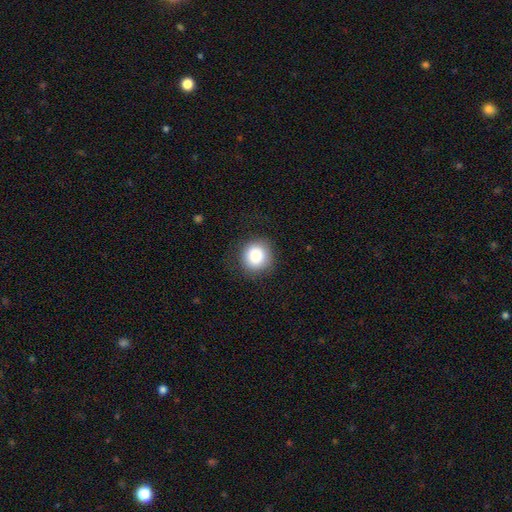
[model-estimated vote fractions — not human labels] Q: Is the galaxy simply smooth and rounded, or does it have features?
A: smooth — 87%.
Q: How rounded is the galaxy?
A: round — 89%.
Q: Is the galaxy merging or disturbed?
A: none — 83%.